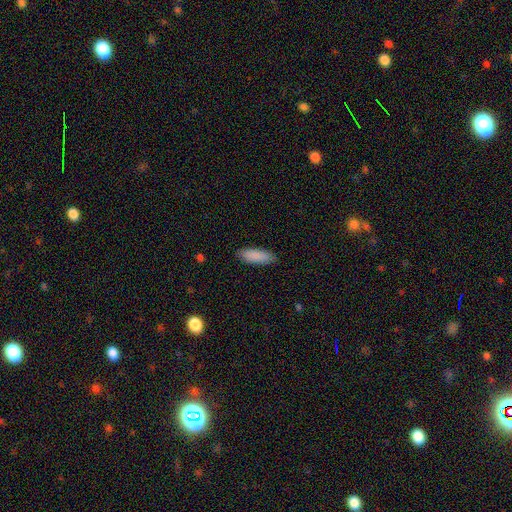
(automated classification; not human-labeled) This is clearly a smooth galaxy (89%). How rounded: likely in between (62%). Merging: clearly none (87%).